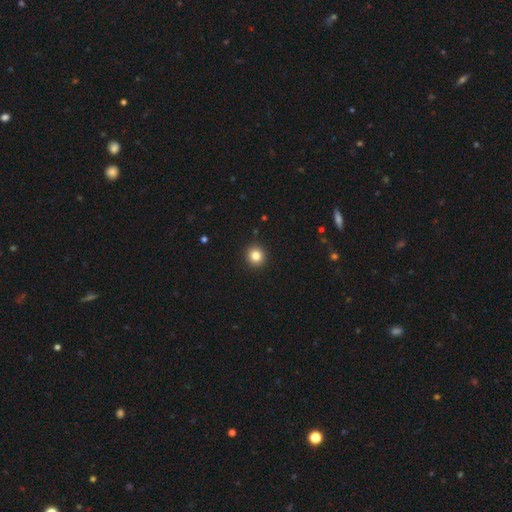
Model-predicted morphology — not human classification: Smooth or featured? smooth (84%)
How rounded? round (92%)
Merging? none (93%)